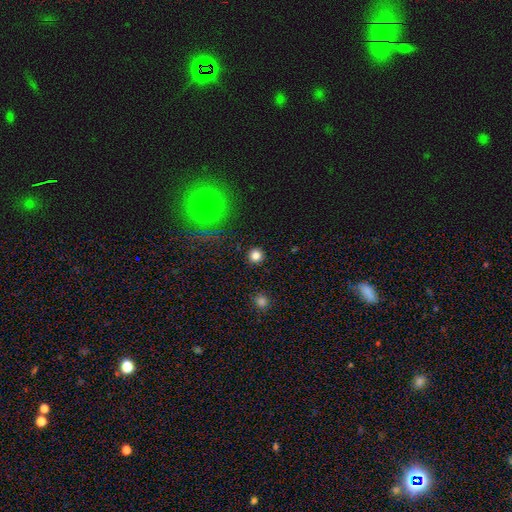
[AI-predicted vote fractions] Overall: smooth (83%). How rounded: round (95%). Merging: none (92%).